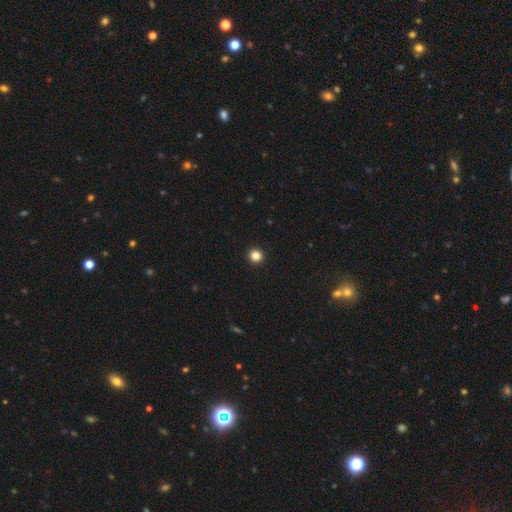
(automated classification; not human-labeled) A smooth galaxy with no disk features (84%) that is round (95%). Merging: none (94%).